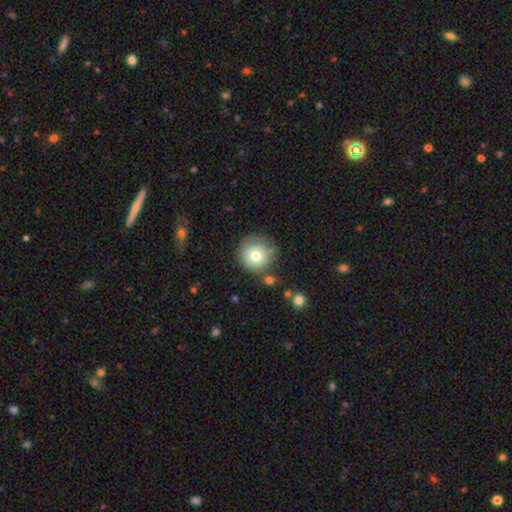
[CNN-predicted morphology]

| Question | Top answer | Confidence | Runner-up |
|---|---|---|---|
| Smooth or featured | smooth | 76% | featured or disk (14%) |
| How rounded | round | 94% | in between (5%) |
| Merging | none | 71% | minor disturbance (17%) |